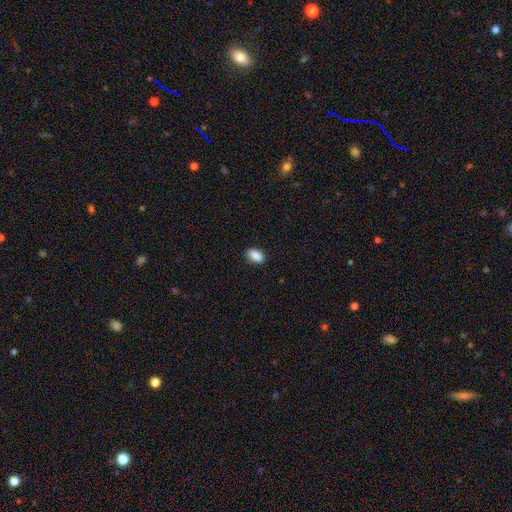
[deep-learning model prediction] Smooth or featured? smooth (89%)
How rounded? in between (91%)
Merging? none (87%)